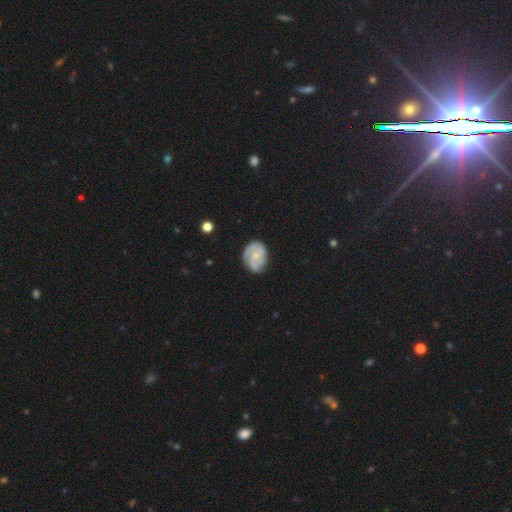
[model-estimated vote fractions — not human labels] A featured or disk galaxy (70%) with no bar (72%), 2 (38%) tight (50%) spiral arms (91%) and a small central bulge (55%).

Vote fractions:
- Smooth or featured? featured or disk: 70% / smooth: 24% / star or artifact: 6%
- Edge-on disk? no: 98% / yes: 2%
- Bar? no: 72% / weak: 24% / strong: 3%
- Spiral arms? yes: 91% / no: 9%
- Spiral winding? tight: 50% / medium: 37% / loose: 13%
- Spiral arm count? 2: 38% / 3: 27% / can't tell: 21% / 1: 9% / 4: 4% / more than 4: 3%
- Bulge size? small: 55% / moderate: 37% / none: 5% / large: 2% / dominant: 1%
- Merging? none: 60% / minor disturbance: 28% / major disturbance: 9% / merger: 2%